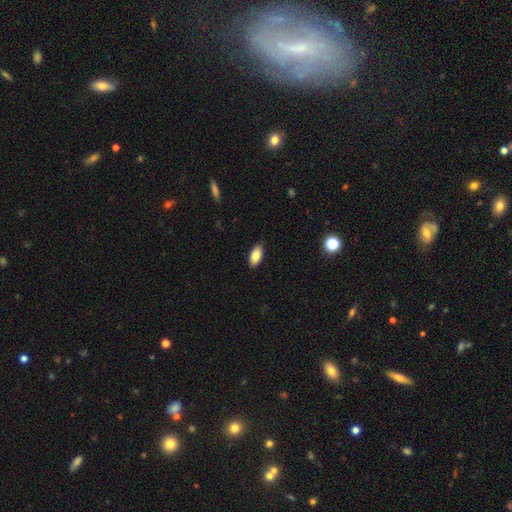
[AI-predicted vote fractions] smooth_or_featured: smooth (p=0.85) [alt: featured or disk p=0.08]
how_rounded: in between (p=0.91) [alt: cigar-shaped p=0.06]
merging: none (p=0.88) [alt: minor disturbance p=0.09]